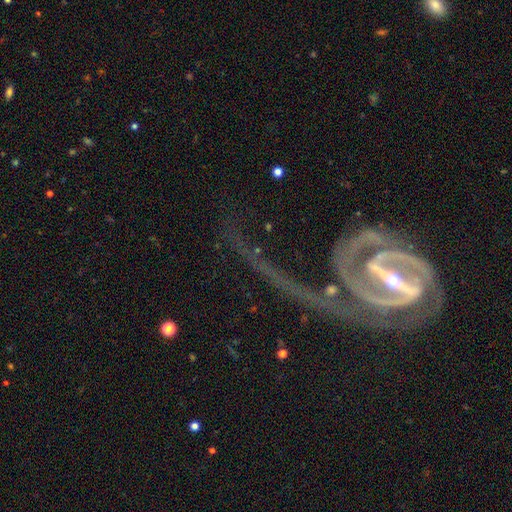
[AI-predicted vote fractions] This appears to be a featured or disk galaxy (87%) with a strong bar (56%), 2 (66%) tight (44%) spiral arms (95%) and a small central bulge (65%). Merging: none (39%).